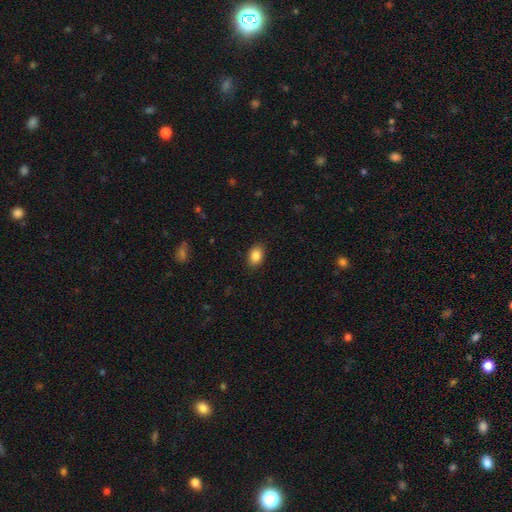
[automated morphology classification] smooth-or-featured: smooth: 86% | star or artifact: 8% | featured or disk: 5%
  how-rounded: in between: 80% | round: 19% | cigar-shaped: 1%
  merging: none: 88% | minor disturbance: 9% | major disturbance: 2% | merger: 1%